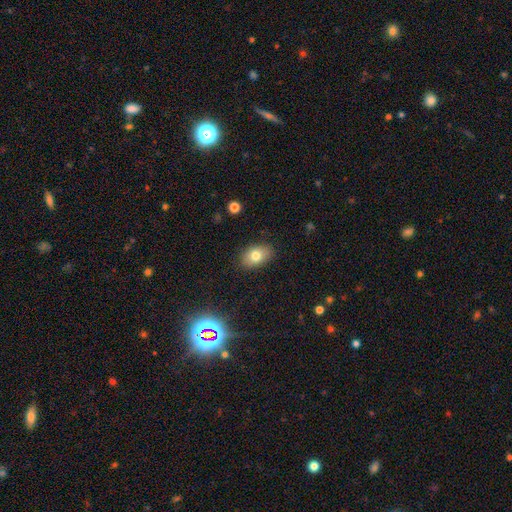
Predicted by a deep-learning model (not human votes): A smooth galaxy with no disk features (77%) that is in between round and cigar-shaped (85%).

Vote fractions:
- Smooth or featured? smooth: 77% / featured or disk: 13% / star or artifact: 10%
- How rounded? in between: 85% / round: 13% / cigar-shaped: 1%
- Merging? none: 86% / minor disturbance: 10% / major disturbance: 2% / merger: 1%